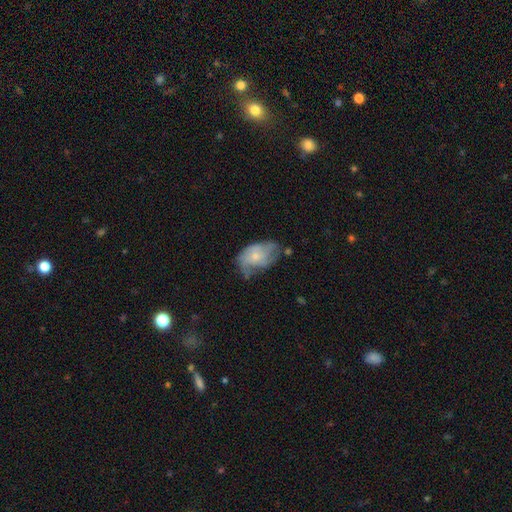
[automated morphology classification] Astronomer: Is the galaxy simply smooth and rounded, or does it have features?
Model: featured or disk — 57% (runner-up: smooth, 36%).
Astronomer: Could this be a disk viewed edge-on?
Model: no — 97%.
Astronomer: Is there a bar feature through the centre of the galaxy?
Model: no — 80%.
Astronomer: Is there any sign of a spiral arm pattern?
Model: yes — 70%.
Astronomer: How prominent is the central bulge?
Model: small — 64%.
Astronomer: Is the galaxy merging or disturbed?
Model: none — 39% (runner-up: minor disturbance, 35%).